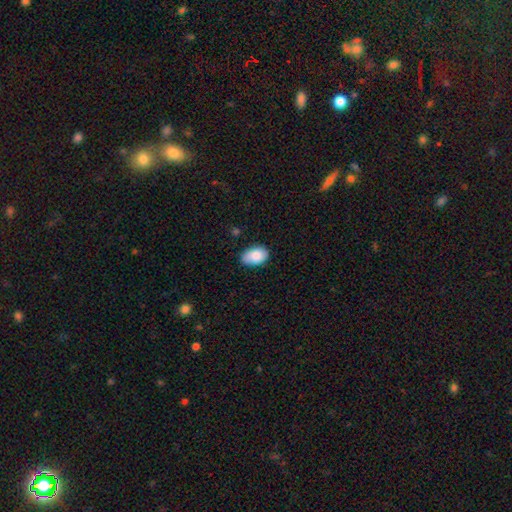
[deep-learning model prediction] The model was most divided on "merging": none: 76%, minor disturbance: 20%, major disturbance: 3%, merger: 1%. More confident: how rounded — in between (89%); smooth or featured — smooth (87%).